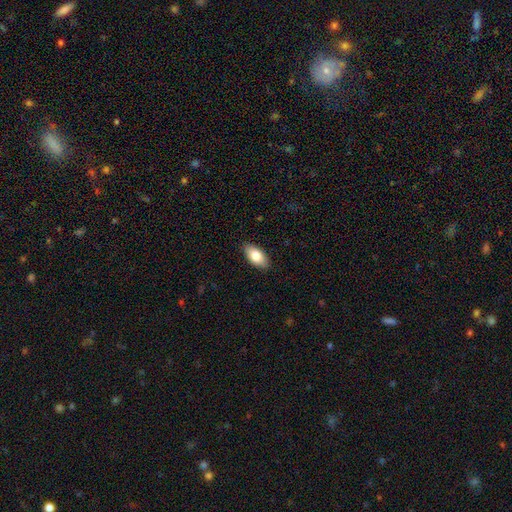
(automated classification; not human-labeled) Q: Smooth or featured?
A: smooth (80%); runner-up: featured or disk (14%)
Q: How rounded?
A: in between (93%); runner-up: cigar-shaped (4%)
Q: Merging?
A: none (89%); runner-up: minor disturbance (9%)